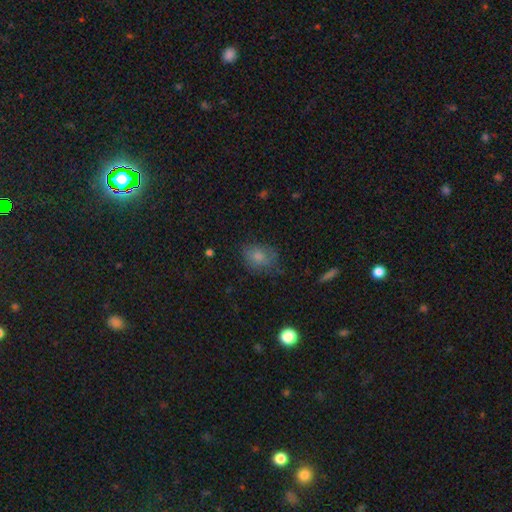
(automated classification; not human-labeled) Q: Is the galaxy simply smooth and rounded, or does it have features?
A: smooth — 73%.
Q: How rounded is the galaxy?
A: in between — 56%.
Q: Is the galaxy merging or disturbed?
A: none — 65%.